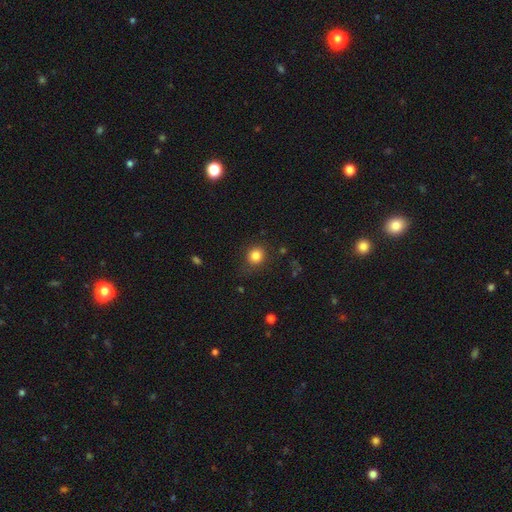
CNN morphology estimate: Smooth or featured? Predicted: smooth (p=0.83). How rounded? Predicted: round (p=0.84). Merging? Predicted: none (p=0.82).